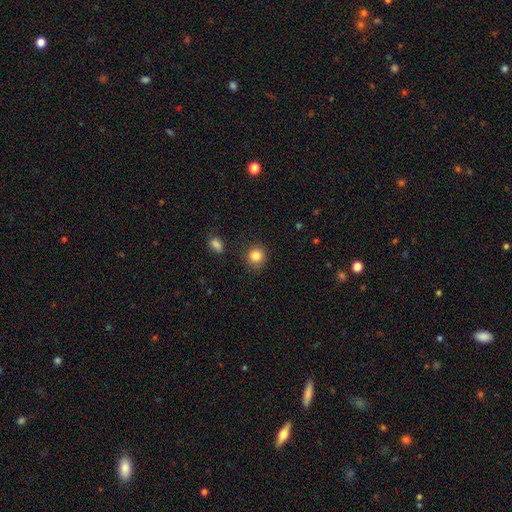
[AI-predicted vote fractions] This is clearly a smooth galaxy (85%). How rounded: clearly round (86%). Merging: clearly none (86%).